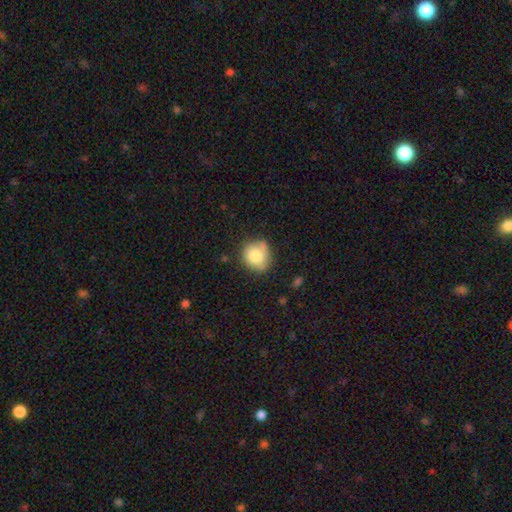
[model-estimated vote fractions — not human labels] Smooth or featured?
  - smooth: 79% *
  - featured or disk: 12%
  - star or artifact: 9%
How rounded?
  - round: 79% *
  - in between: 21%
  - cigar-shaped: 1%
Merging?
  - none: 59% *
  - minor disturbance: 26%
  - merger: 7%
  - major disturbance: 7%